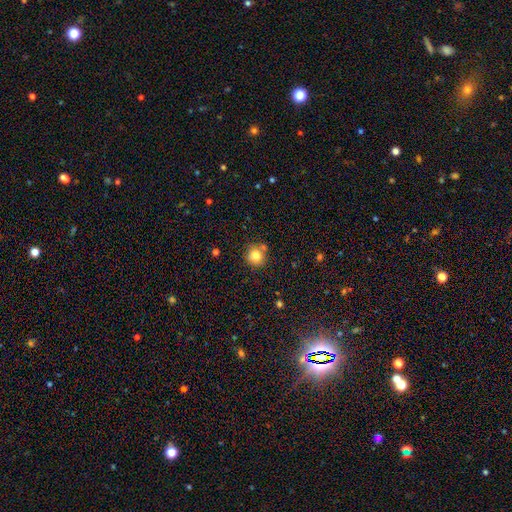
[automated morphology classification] This appears to be a smooth galaxy with no disk features (79%) that is round (90%). Merging: none (75%).